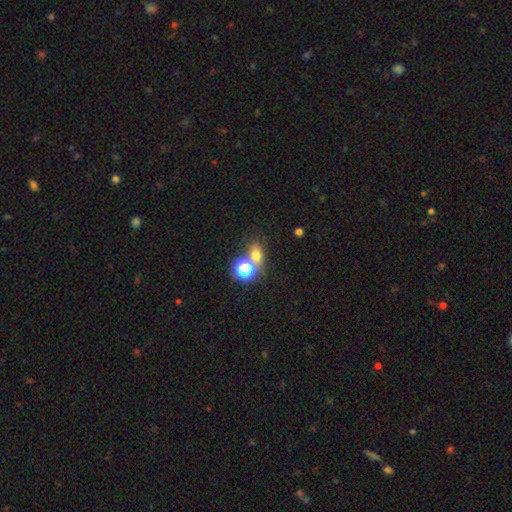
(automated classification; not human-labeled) smooth-or-featured: smooth: 65% | star or artifact: 25% | featured or disk: 9%
  how-rounded: round: 53% | in between: 45% | cigar-shaped: 2%
  merging: none: 58% | merger: 28% | minor disturbance: 9% | major disturbance: 5%